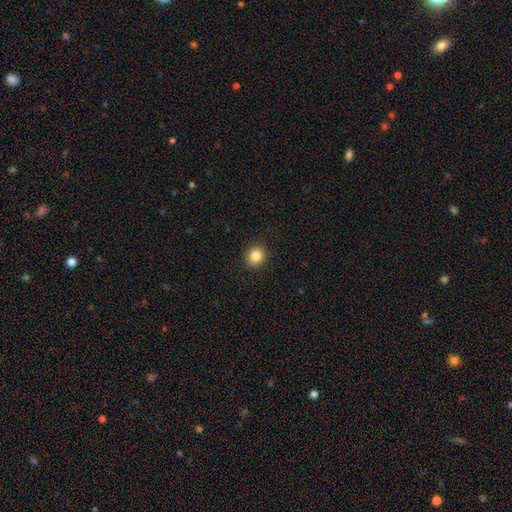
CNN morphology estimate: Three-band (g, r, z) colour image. It shows a smooth galaxy with no disk features (84%) that is round (84%). Merging: none (92%).